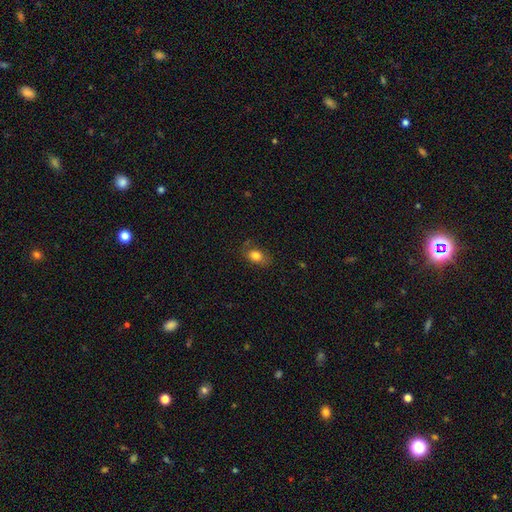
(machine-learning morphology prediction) smooth-or-featured: smooth: 81% | star or artifact: 10% | featured or disk: 10%
  how-rounded: in between: 76% | round: 22% | cigar-shaped: 2%
  merging: none: 72% | minor disturbance: 20% | major disturbance: 6% | merger: 2%